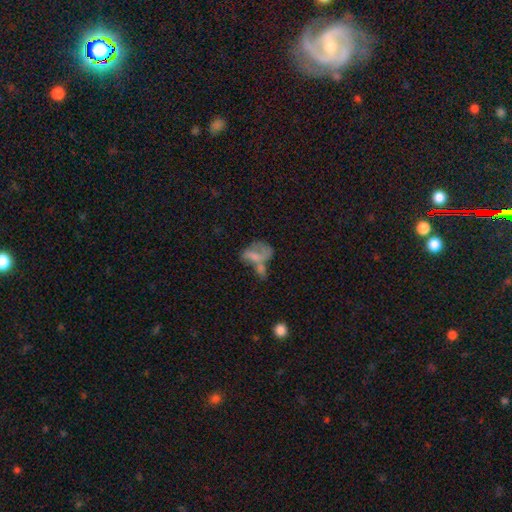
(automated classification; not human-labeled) Smooth or featured?
  - smooth: 50% *
  - featured or disk: 38%
  - star or artifact: 12%
Merging?
  - merger: 50% *
  - major disturbance: 22%
  - none: 17%
  - minor disturbance: 12%